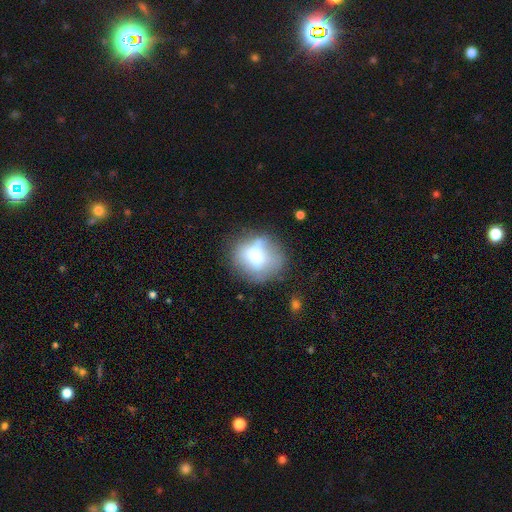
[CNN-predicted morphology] Smooth or featured? smooth (62%)
How rounded? round (84%)
Merging? none (65%)